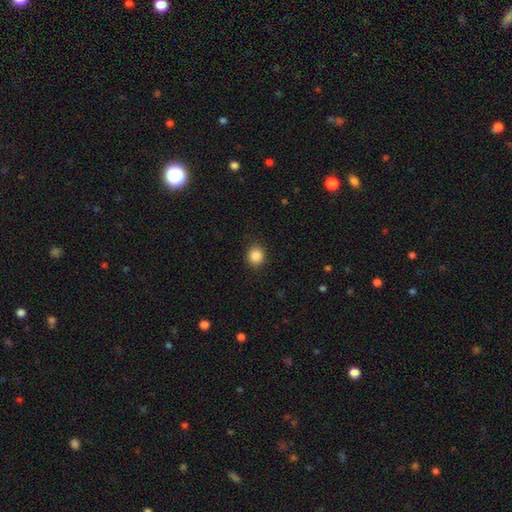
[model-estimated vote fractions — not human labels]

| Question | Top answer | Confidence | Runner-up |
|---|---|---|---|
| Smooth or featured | smooth | 87% | star or artifact (10%) |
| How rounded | round | 85% | in between (14%) |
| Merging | none | 89% | minor disturbance (8%) |